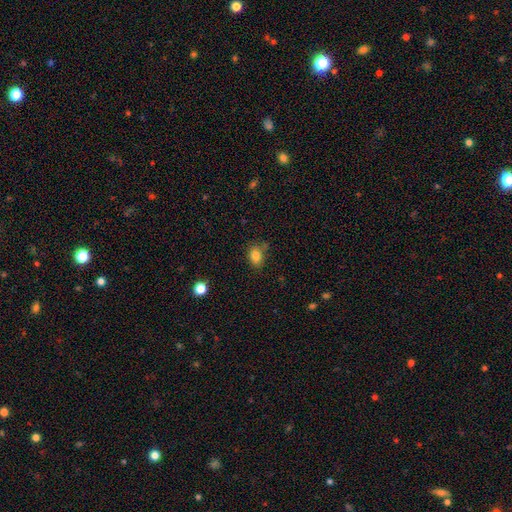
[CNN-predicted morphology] Overall: smooth (82%). How rounded: in between (65%; round 34%). Merging: none (70%).